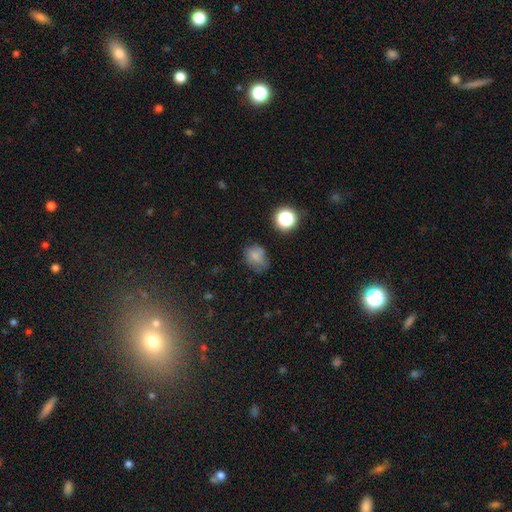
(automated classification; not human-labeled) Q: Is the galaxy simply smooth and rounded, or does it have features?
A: smooth — 72%.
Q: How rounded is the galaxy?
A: in between — 50%.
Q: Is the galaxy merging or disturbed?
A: none — 54%.